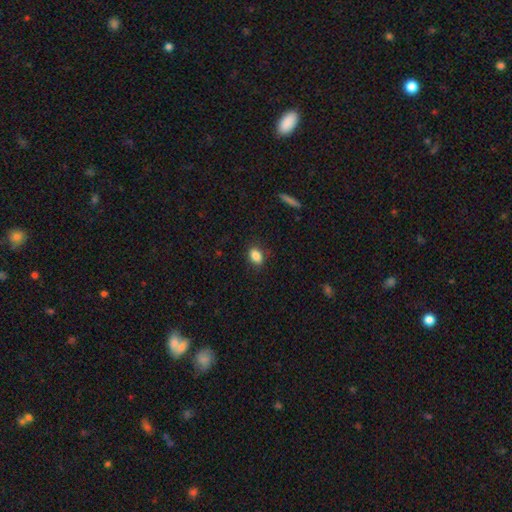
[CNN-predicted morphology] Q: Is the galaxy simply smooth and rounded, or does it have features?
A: smooth — 86%.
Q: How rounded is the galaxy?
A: in between — 76%.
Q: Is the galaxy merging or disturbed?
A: none — 83%.